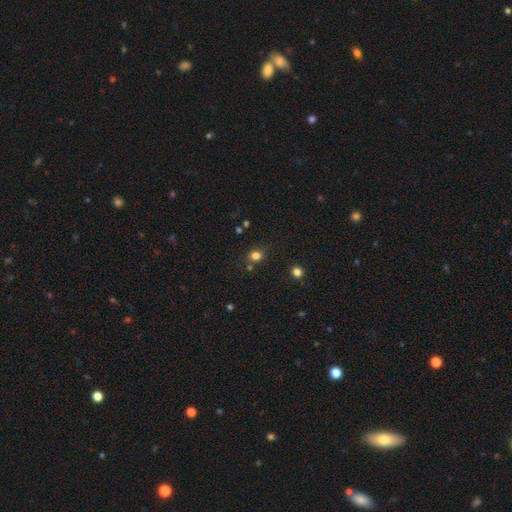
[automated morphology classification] Q: Smooth or featured?
A: smooth (78%); runner-up: star or artifact (17%)
Q: How rounded?
A: round (78%); runner-up: in between (21%)
Q: Merging?
A: none (77%); runner-up: minor disturbance (12%)